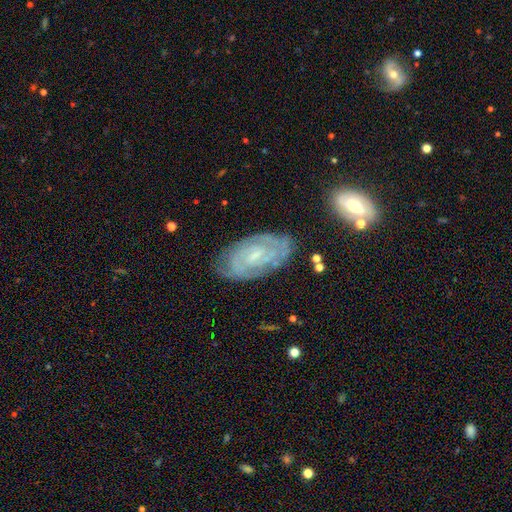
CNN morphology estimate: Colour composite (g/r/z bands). It shows a featured or disk galaxy (80%) with no bar (49%), 2 (38%) tight (71%) spiral arms (93%) and a small central bulge (73%). Merging: none (76%).